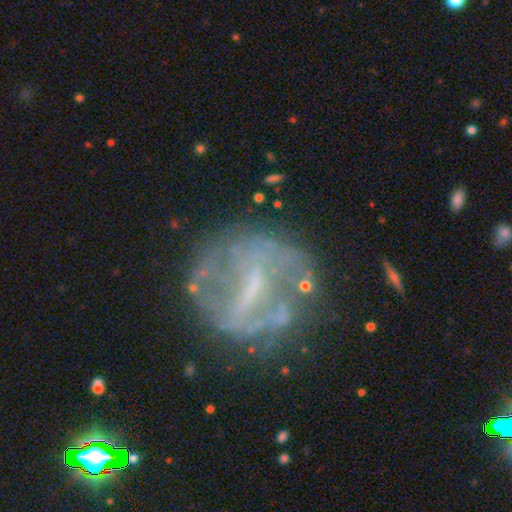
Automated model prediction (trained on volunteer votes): Smooth or featured?
  - featured or disk: 73% *
  - smooth: 16%
  - star or artifact: 11%
Edge-on disk?
  - no: 95% *
  - yes: 5%
Bar?
  - strong: 44% *
  - weak: 37%
  - no: 18%
Spiral arms?
  - no: 55% *
  - yes: 45%
Bulge size?
  - none: 43% *
  - small: 35%
  - moderate: 19%
  - large: 2%
  - dominant: 1%
Merging?
  - none: 65% *
  - minor disturbance: 17%
  - major disturbance: 15%
  - merger: 4%